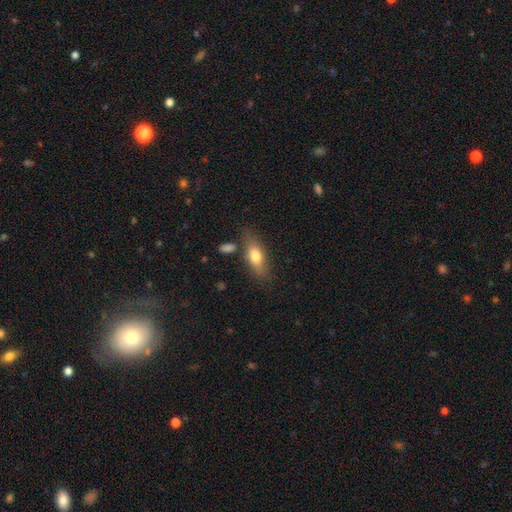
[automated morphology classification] type=smooth (72%); roundness=in between (74%); merging=none (68%).